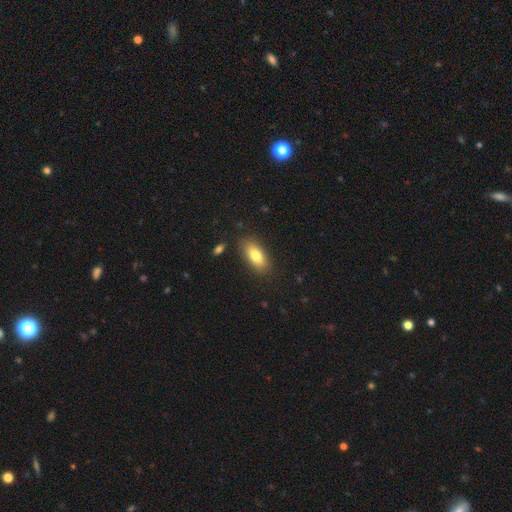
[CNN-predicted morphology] The model was most divided on "smooth or featured": smooth: 81%, featured or disk: 12%, star or artifact: 7%. More confident: how rounded — in between (86%); merging — none (85%).